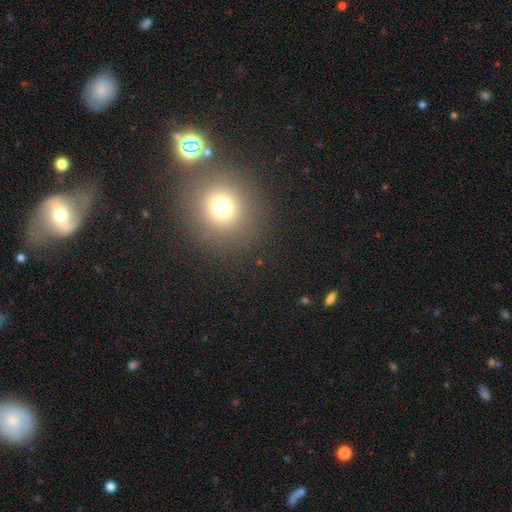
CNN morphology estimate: Smooth or featured: smooth — 56% (star or artifact — 32%)
How rounded: round — 87% (in between — 12%)
Merging: none — 82% (minor disturbance — 8%)